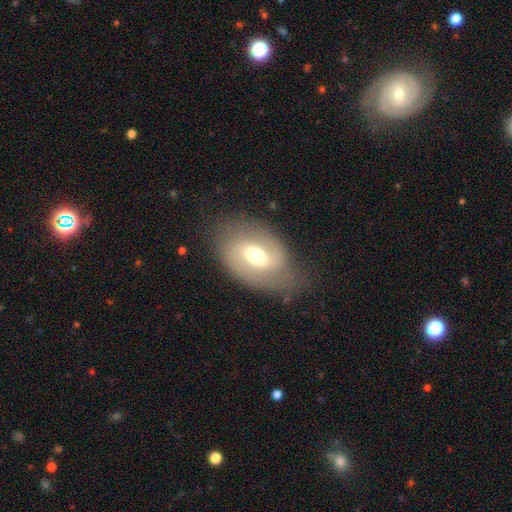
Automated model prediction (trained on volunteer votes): A featured or disk galaxy (65%) with a weak bar (50%), spiral arms (75%) and a moderate central bulge (67%). Merging: none (66%).